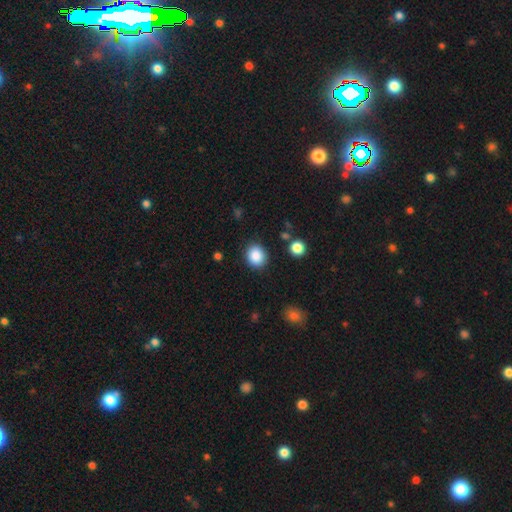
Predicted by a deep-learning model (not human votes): Smooth or featured? smooth (87%)
How rounded? round (73%)
Merging? none (87%)